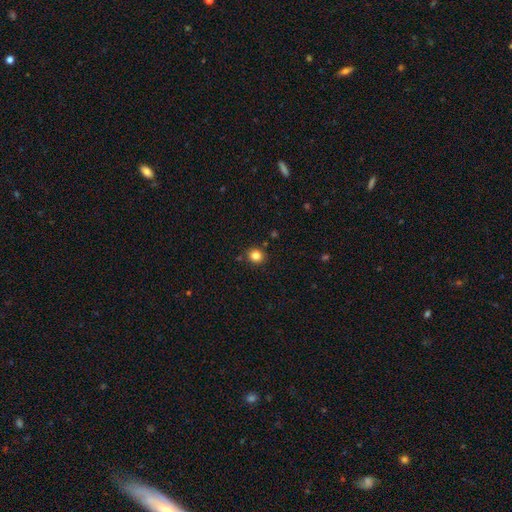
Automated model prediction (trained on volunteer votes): smooth 84%, star or artifact 12%, featured or disk 5%. Down the decision tree: how rounded — round (84%); merging — none (87%).